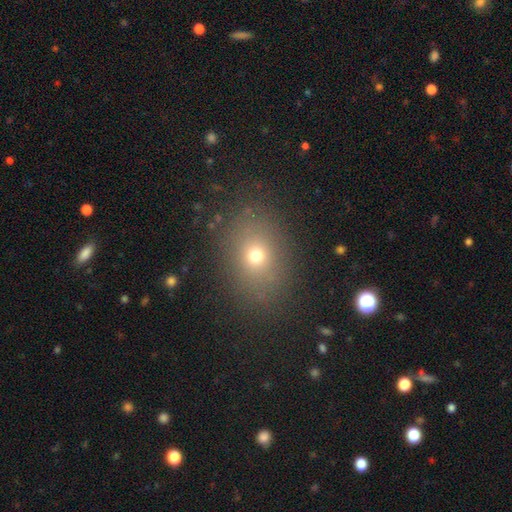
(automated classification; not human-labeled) This is likely a smooth galaxy (68%). How rounded: possibly in between (56%). Merging: clearly none (83%).